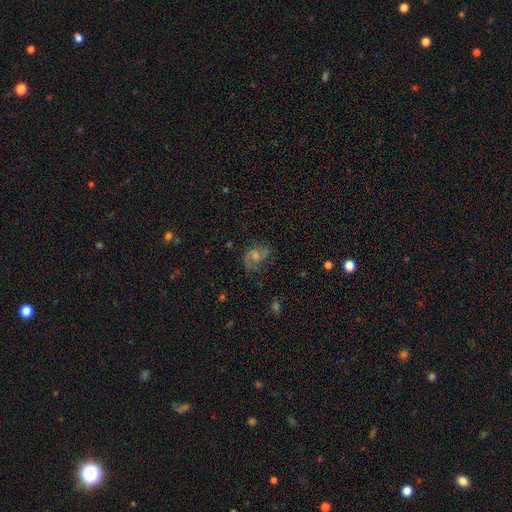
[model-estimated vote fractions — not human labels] featured or disk 67%, smooth 23%, star or artifact 10%. Down the decision tree: edge-on disk — no (98%); bar — no (55%); spiral arms — yes (91%); spiral arm count — 2 (77%); spiral winding — medium (49%); bulge size — moderate (39%); merging — none (60%).